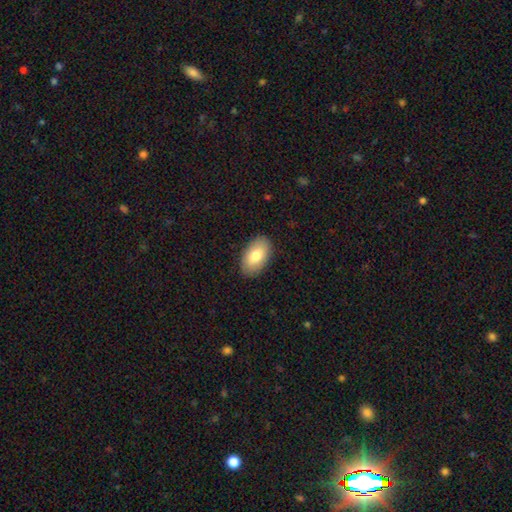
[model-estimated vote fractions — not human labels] The model was most divided on "smooth or featured": smooth: 78%, featured or disk: 16%, star or artifact: 6%. More confident: how rounded — in between (94%); merging — none (88%).